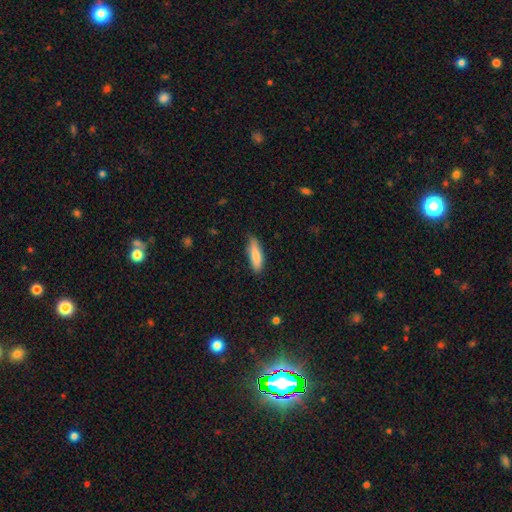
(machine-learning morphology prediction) Smooth or featured: smooth — 84% (featured or disk — 10%)
How rounded: cigar-shaped — 57% (in between — 41%)
Merging: none — 76% (minor disturbance — 19%)